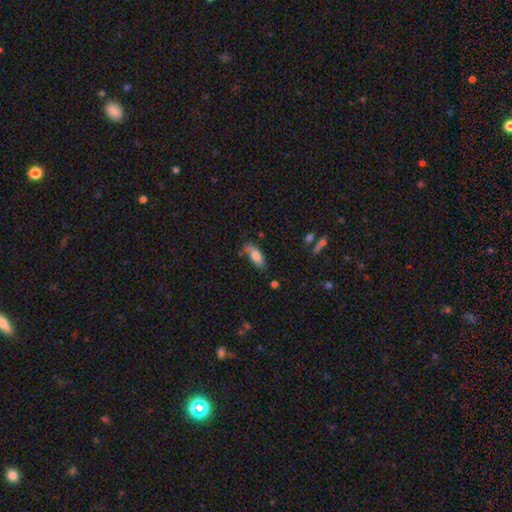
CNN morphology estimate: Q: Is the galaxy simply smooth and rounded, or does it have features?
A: smooth — 79%.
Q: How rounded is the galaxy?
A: in between — 69%.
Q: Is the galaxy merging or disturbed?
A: none — 67%.